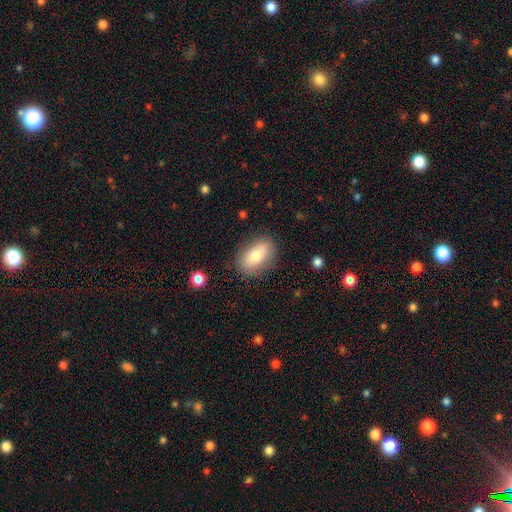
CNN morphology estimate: A smooth galaxy with no disk features (74%) that is in between round and cigar-shaped (88%). Merging: none (81%).